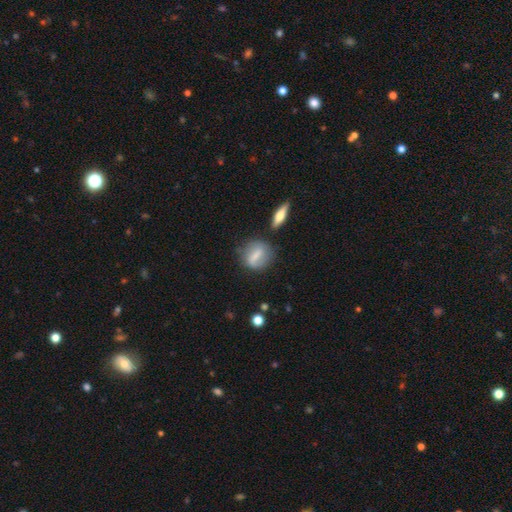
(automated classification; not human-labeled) smooth 60%, featured or disk 32%, star or artifact 8%. Down the decision tree: how rounded — in between (45%); merging — none (65%).